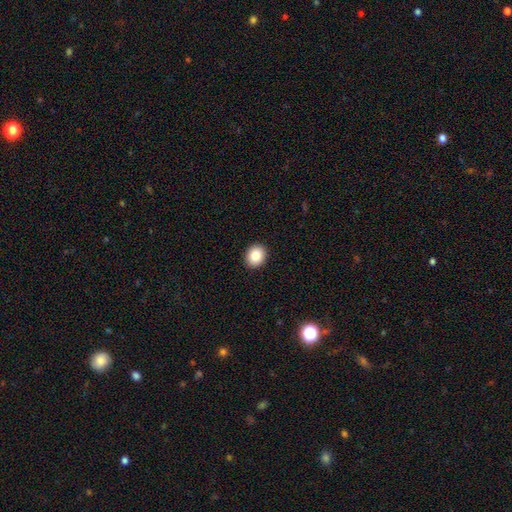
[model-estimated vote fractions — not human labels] The model was most divided on "how rounded": round: 63%, in between: 36%, cigar-shaped: 1%. More confident: merging — none (92%); smooth or featured — smooth (86%).